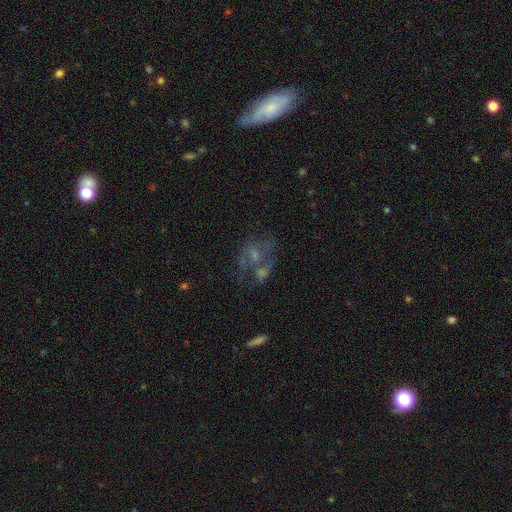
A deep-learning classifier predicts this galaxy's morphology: Smooth or featured? featured or disk (58%)
Edge-on disk? no (97%)
Bar? no (72%)
Spiral arms? yes (51%)
Bulge size? small (40%)
Merging? merger (33%, tied with none)